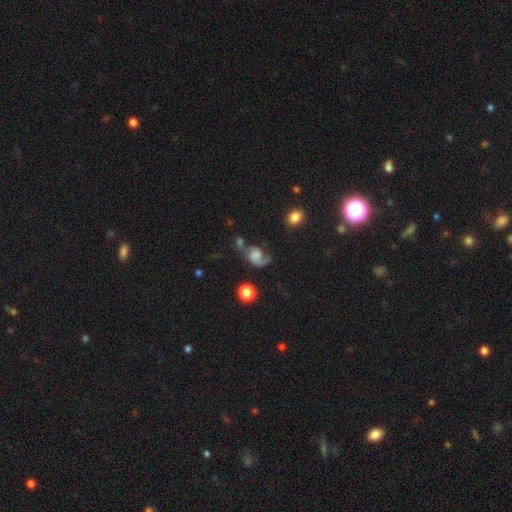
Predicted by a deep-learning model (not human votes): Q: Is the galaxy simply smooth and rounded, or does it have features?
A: featured or disk — 48%.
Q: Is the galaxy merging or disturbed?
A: none — 31%, tied with major disturbance.